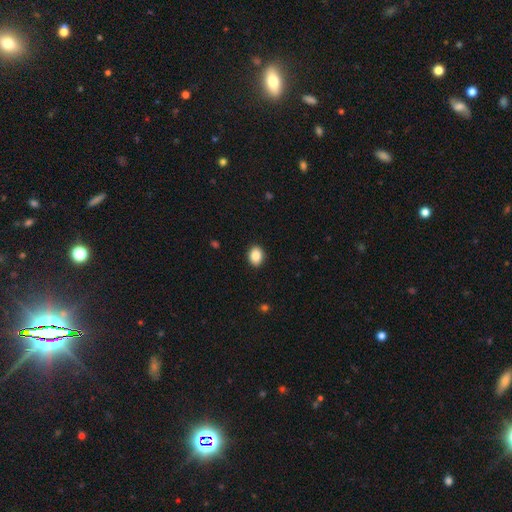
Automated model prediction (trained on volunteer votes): Morphology: type=smooth (88%); roundness=in between (58%); merging=none (91%).